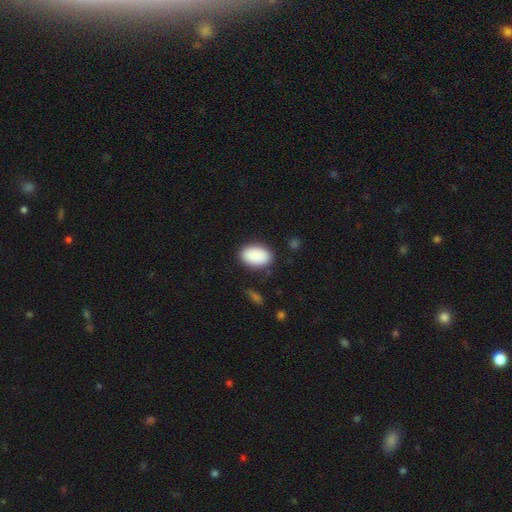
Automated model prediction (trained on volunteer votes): Smooth or featured? Predicted: smooth (p=0.90). How rounded? Predicted: in between (p=0.90). Merging? Predicted: none (p=0.85).